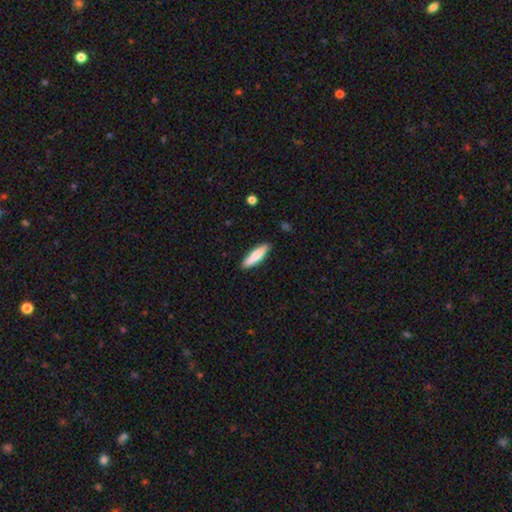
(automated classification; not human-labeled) Smooth or featured? smooth (76%)
How rounded? cigar-shaped (73%)
Merging? none (87%)